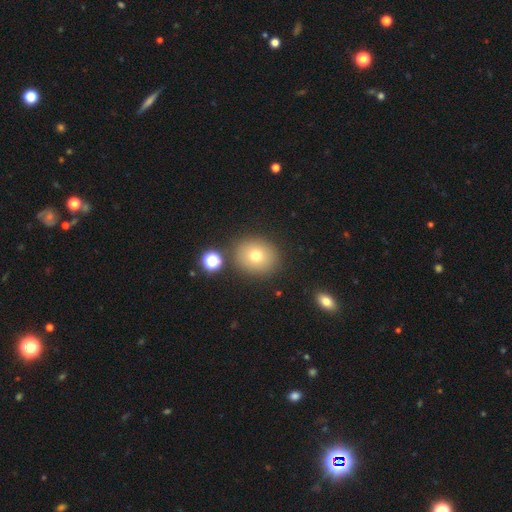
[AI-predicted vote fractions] Overall: smooth (73%). How rounded: round (75%). Merging: none (84%).